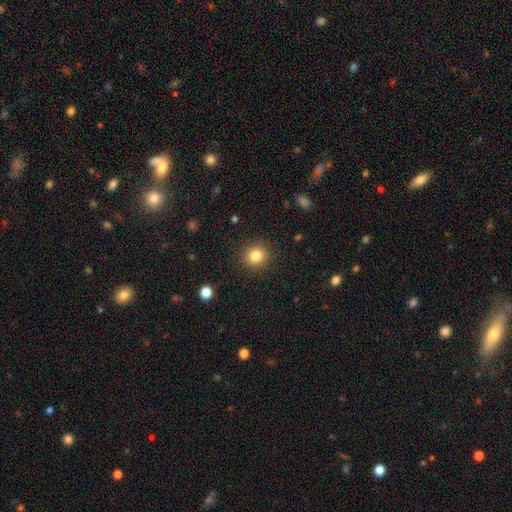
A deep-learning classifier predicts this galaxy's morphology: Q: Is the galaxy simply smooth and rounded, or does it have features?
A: smooth — 82%.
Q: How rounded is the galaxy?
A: round — 88%.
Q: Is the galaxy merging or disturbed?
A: none — 90%.